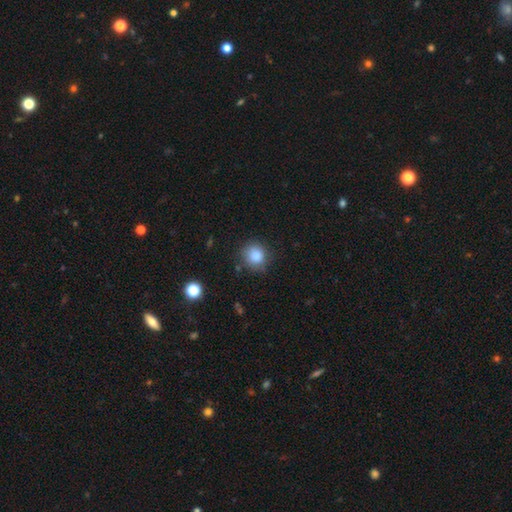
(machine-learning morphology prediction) Q: Smooth or featured?
A: smooth (86%); runner-up: star or artifact (10%)
Q: How rounded?
A: round (87%); runner-up: in between (12%)
Q: Merging?
A: none (77%); runner-up: minor disturbance (16%)